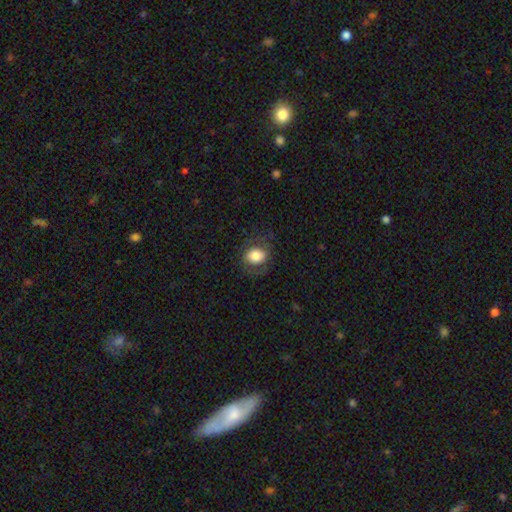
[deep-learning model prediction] Q: Smooth or featured?
A: smooth (75%); runner-up: featured or disk (17%)
Q: How rounded?
A: in between (51%); runner-up: round (47%)
Q: Merging?
A: none (74%); runner-up: minor disturbance (16%)